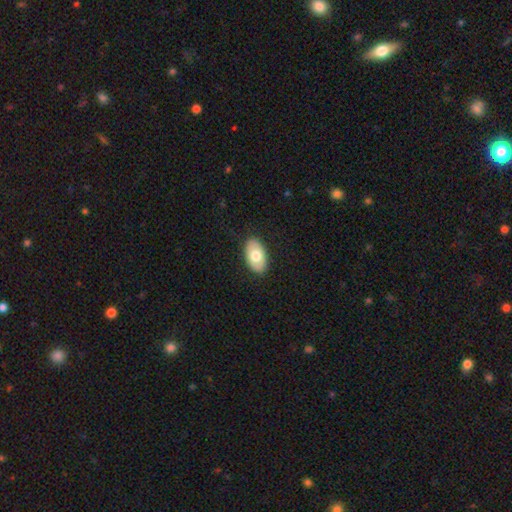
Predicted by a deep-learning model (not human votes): smooth_or_featured: smooth (p=0.70) [alt: featured or disk p=0.24]
how_rounded: in between (p=0.94) [alt: round p=0.05]
merging: none (p=0.88) [alt: minor disturbance p=0.09]